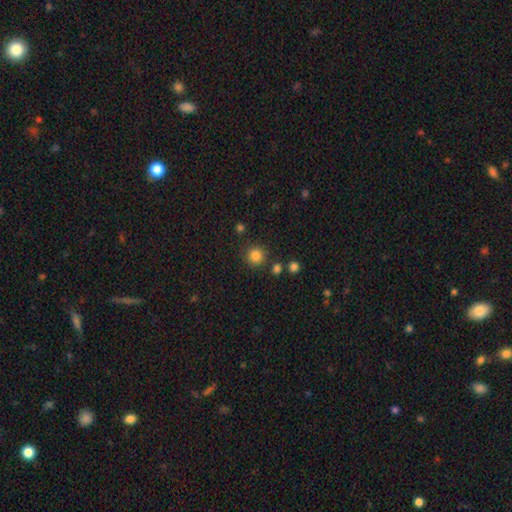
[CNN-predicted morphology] This appears to be a smooth galaxy with no disk features (84%) that is round (94%). Merging: none (86%).